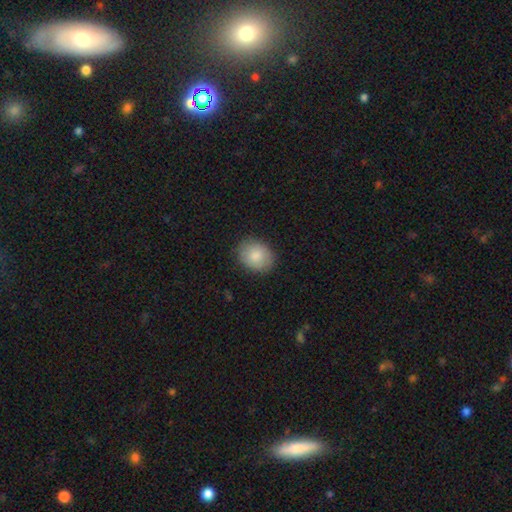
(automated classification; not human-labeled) This is clearly a smooth galaxy (84%). How rounded: possibly in between (51%). Merging: clearly none (85%).